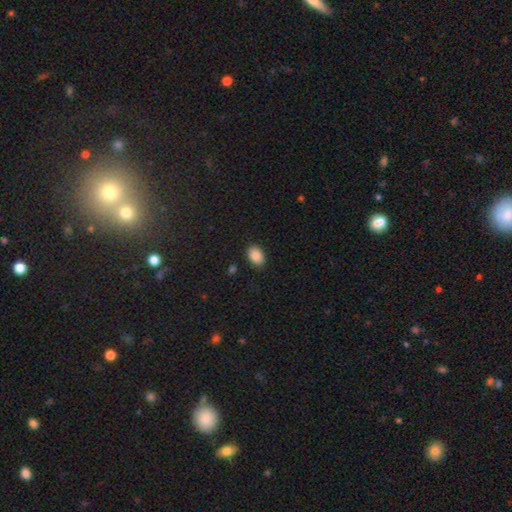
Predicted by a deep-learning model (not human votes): A smooth galaxy with no disk features (89%) that is in between round and cigar-shaped (83%).

Vote fractions:
- Smooth or featured? smooth: 89% / star or artifact: 8% / featured or disk: 3%
- How rounded? in between: 83% / round: 16% / cigar-shaped: 1%
- Merging? none: 88% / minor disturbance: 9% / major disturbance: 2% / merger: 1%